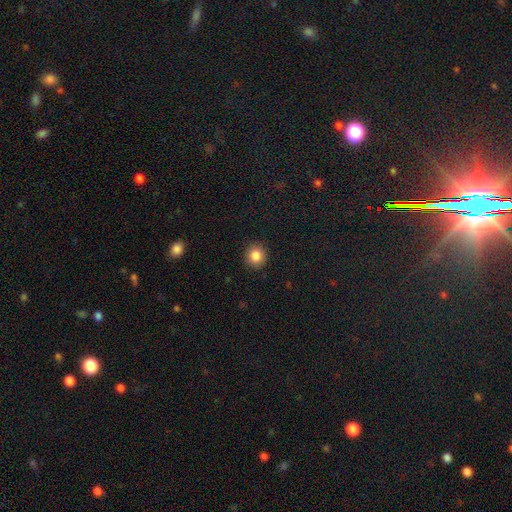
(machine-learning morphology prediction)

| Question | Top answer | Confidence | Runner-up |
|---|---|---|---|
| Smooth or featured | smooth | 85% | star or artifact (10%) |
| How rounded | round | 89% | in between (10%) |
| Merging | none | 91% | minor disturbance (6%) |